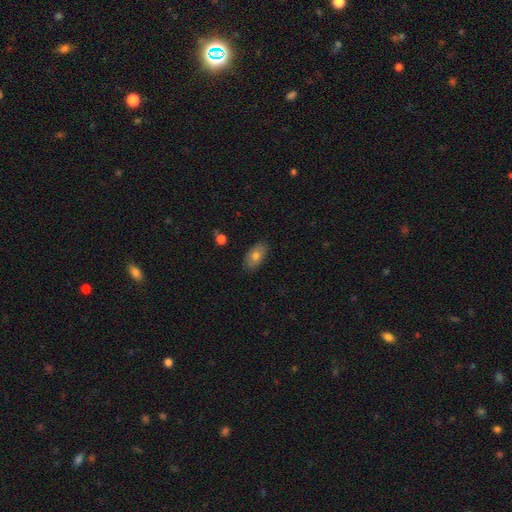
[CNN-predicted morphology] Overall: smooth (76%). How rounded: in between (93%). Merging: none (86%).